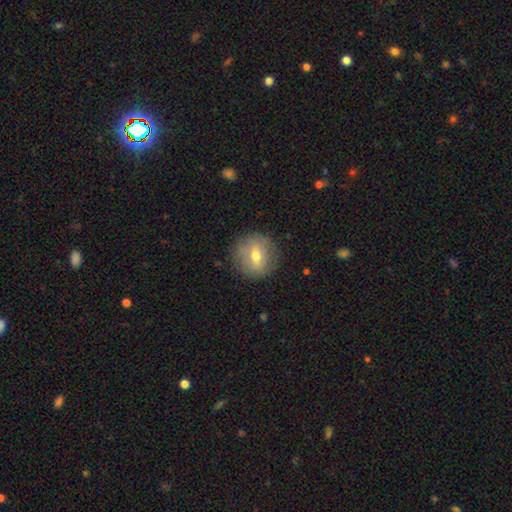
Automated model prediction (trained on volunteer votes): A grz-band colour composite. It shows a smooth galaxy with no disk features (54%) that is round (86%). Merging: none (83%).